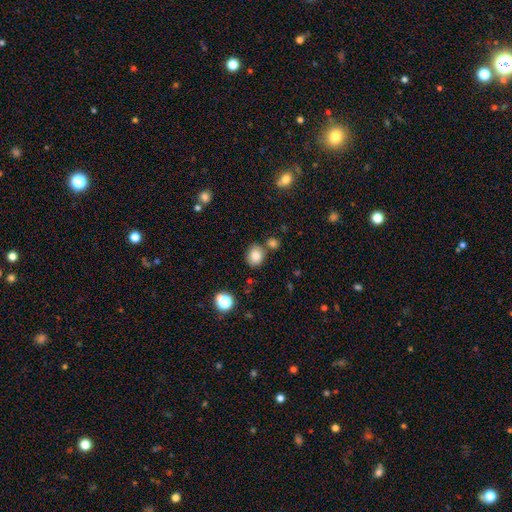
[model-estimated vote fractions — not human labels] The model was most divided on "how rounded": round: 63%, in between: 36%, cigar-shaped: 1%. More confident: smooth or featured — smooth (84%); merging — none (70%).